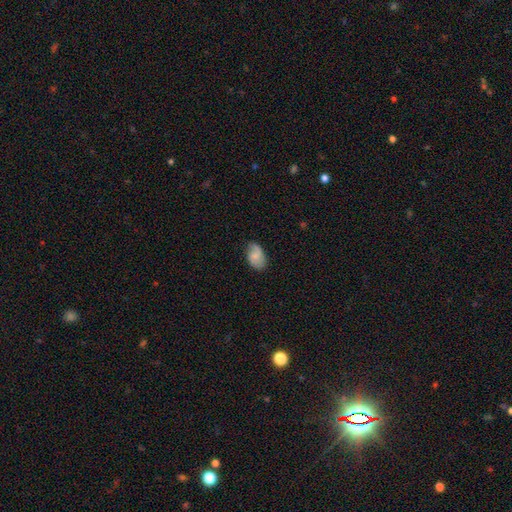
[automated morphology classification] smooth-or-featured: smooth: 63% | featured or disk: 29% | star or artifact: 7%
  how-rounded: in between: 90% | round: 9% | cigar-shaped: 1%
  merging: none: 68% | minor disturbance: 25% | major disturbance: 6% | merger: 1%